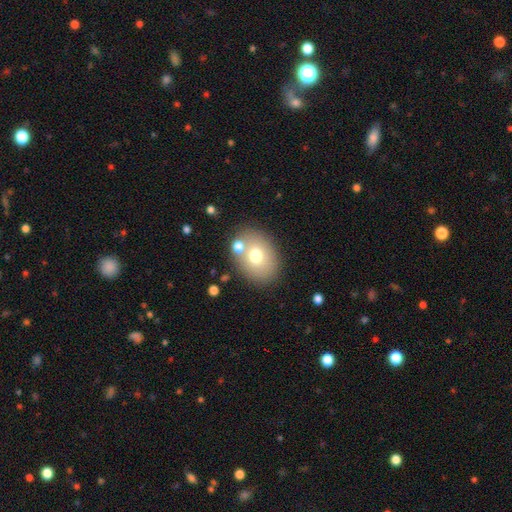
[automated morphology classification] type=smooth (70%); roundness=in between (65%); merging=none (75%).